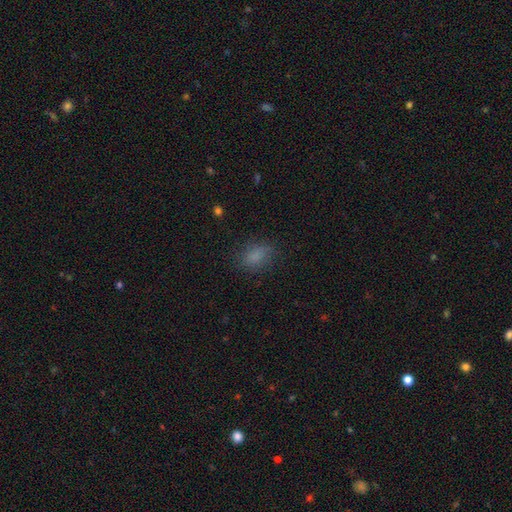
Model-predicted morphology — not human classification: This is clearly a smooth galaxy (81%). How rounded: likely in between (78%). Merging: likely none (76%).